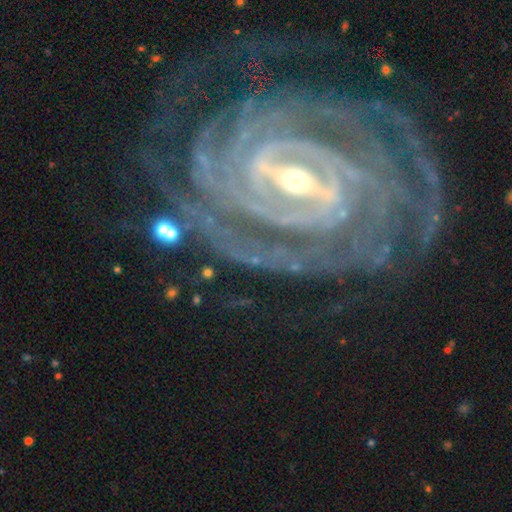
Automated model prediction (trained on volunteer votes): This is clearly a featured or disk galaxy (93%). It is clearly not viewed edge-on (97%). Bar: likely strong (68%). Spiral arm pattern: clearly yes (98%). Spiral arm count: marginally 4 (22%). Spiral winding: likely tight (78%). Central bulge: possibly small (50%). Merging: likely none (74%).